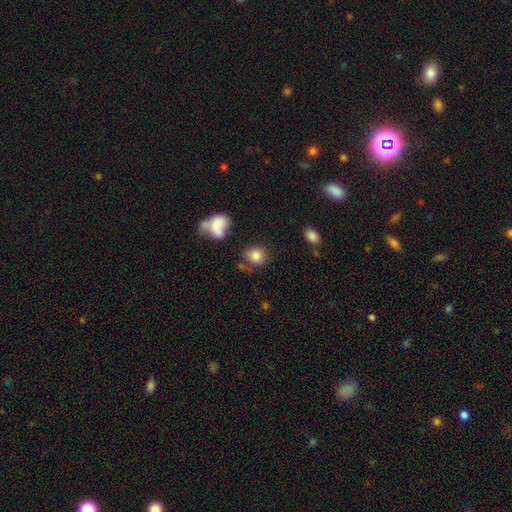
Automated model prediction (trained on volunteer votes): Smooth or featured: smooth — 83% (star or artifact — 10%)
How rounded: round — 73% (in between — 26%)
Merging: none — 64% (minor disturbance — 18%)